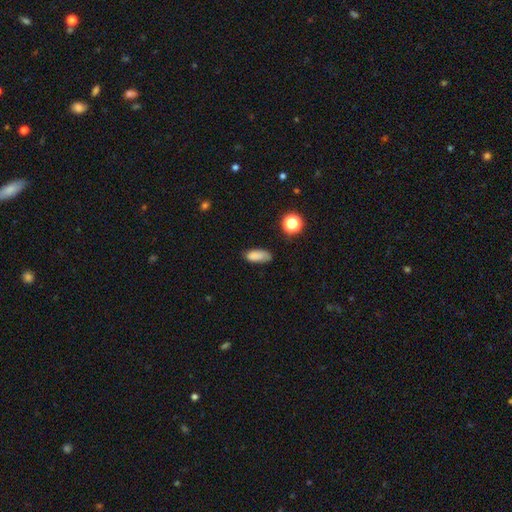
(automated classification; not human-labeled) Smooth or featured?
  - smooth: 81% *
  - star or artifact: 11%
  - featured or disk: 8%
How rounded?
  - in between: 80% *
  - cigar-shaped: 15%
  - round: 5%
Merging?
  - none: 60% *
  - minor disturbance: 29%
  - major disturbance: 8%
  - merger: 3%